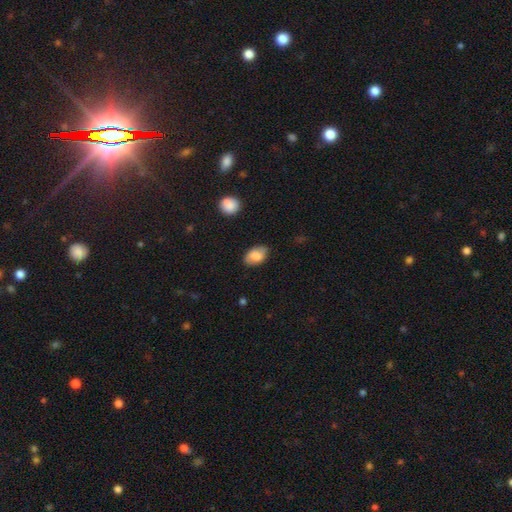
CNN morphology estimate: Q: Smooth or featured?
A: smooth (75%); runner-up: featured or disk (17%)
Q: How rounded?
A: in between (90%); runner-up: round (8%)
Q: Merging?
A: none (80%); runner-up: minor disturbance (15%)